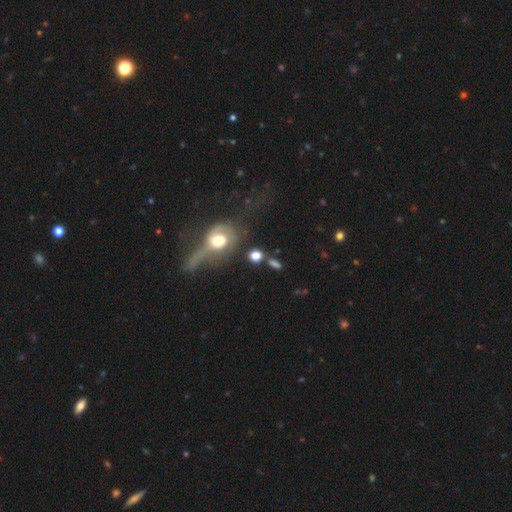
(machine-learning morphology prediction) Smooth or featured?
  - smooth: 68% *
  - featured or disk: 19%
  - star or artifact: 12%
How rounded?
  - round: 61% *
  - in between: 33%
  - cigar-shaped: 6%
Merging?
  - none: 53% *
  - merger: 21%
  - major disturbance: 13%
  - minor disturbance: 13%